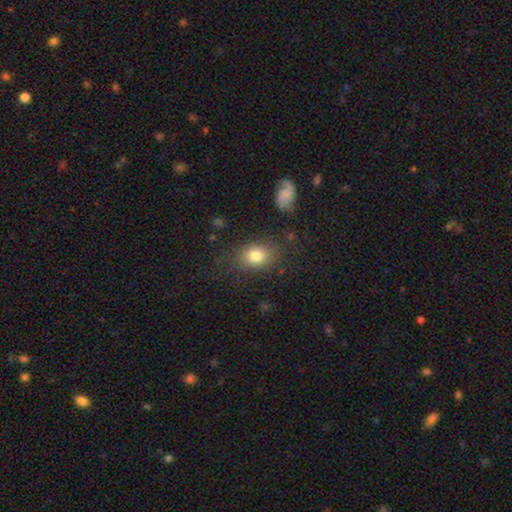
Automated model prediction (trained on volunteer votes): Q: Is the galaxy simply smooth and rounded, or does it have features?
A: smooth — 80%.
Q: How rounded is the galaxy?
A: in between — 70%.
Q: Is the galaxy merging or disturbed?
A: none — 78%.